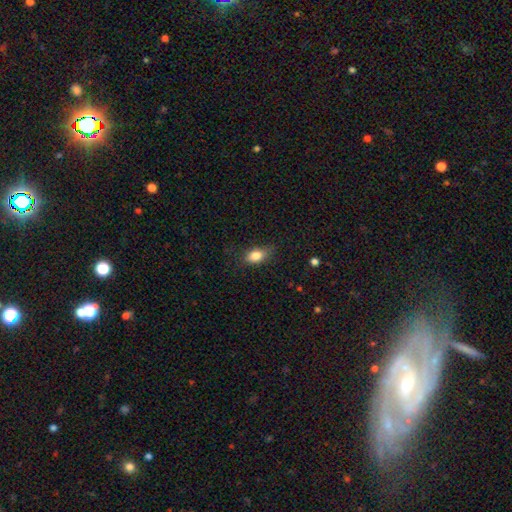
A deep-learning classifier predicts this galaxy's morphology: Smooth or featured: smooth — 82% (featured or disk — 10%)
How rounded: in between — 83% (round — 12%)
Merging: none — 72% (minor disturbance — 21%)